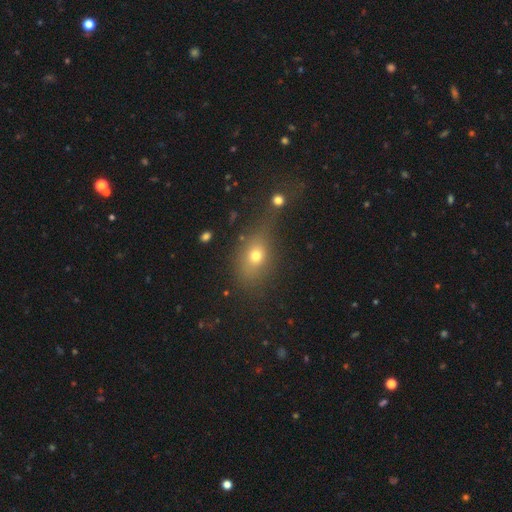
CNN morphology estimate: A smooth galaxy with no disk features (69%) that is in between round and cigar-shaped (62%). Merging: none (52%).